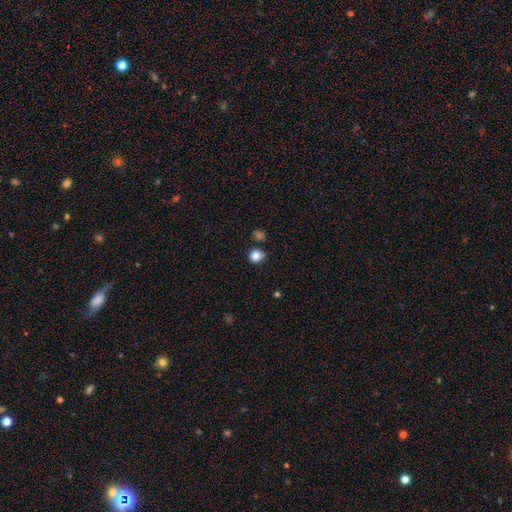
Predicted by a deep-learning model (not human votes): The model was most divided on "merging": none: 80%, minor disturbance: 11%, merger: 6%, major disturbance: 3%. More confident: how rounded — round (87%); smooth or featured — smooth (83%).